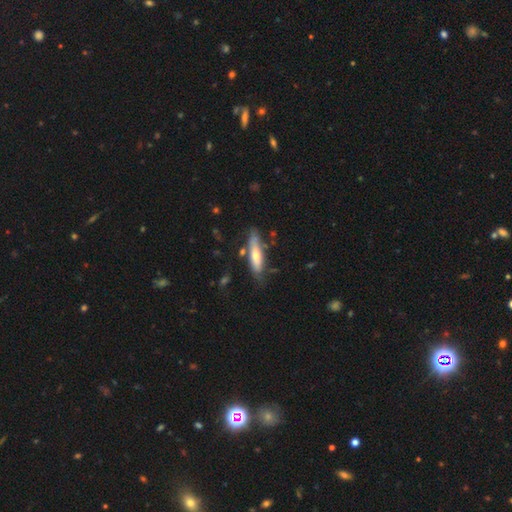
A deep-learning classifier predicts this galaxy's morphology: A smooth galaxy with no disk features (50%). Merging: none (70%).